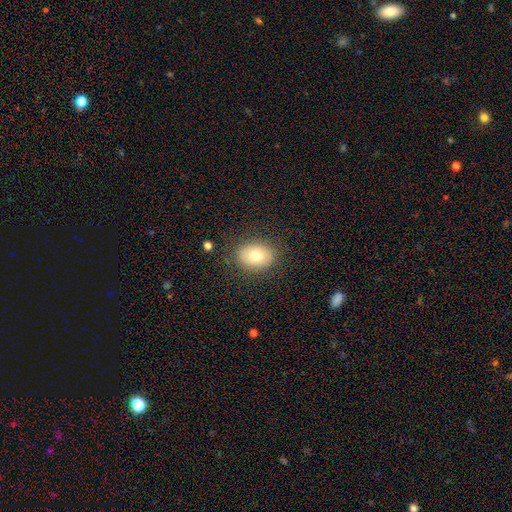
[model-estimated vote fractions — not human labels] Q: Smooth or featured?
A: smooth (75%); runner-up: featured or disk (16%)
Q: How rounded?
A: in between (66%); runner-up: round (33%)
Q: Merging?
A: none (84%); runner-up: minor disturbance (11%)